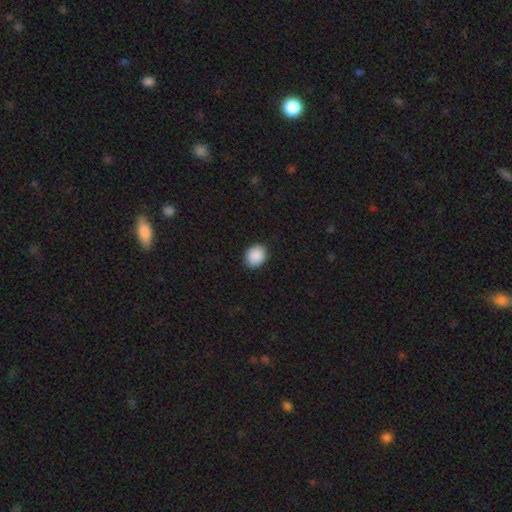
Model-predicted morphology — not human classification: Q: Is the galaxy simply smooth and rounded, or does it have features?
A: smooth — 90%.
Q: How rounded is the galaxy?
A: round — 52%.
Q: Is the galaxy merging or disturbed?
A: none — 89%.